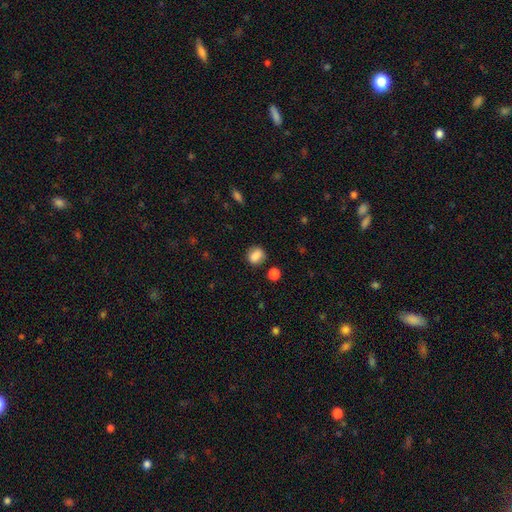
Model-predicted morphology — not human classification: A smooth galaxy with no disk features (84%) that is round (54%).

Vote fractions:
- Smooth or featured? smooth: 84% / star or artifact: 9% / featured or disk: 7%
- How rounded? round: 54% / in between: 45% / cigar-shaped: 2%
- Merging? none: 79% / minor disturbance: 13% / merger: 4% / major disturbance: 4%